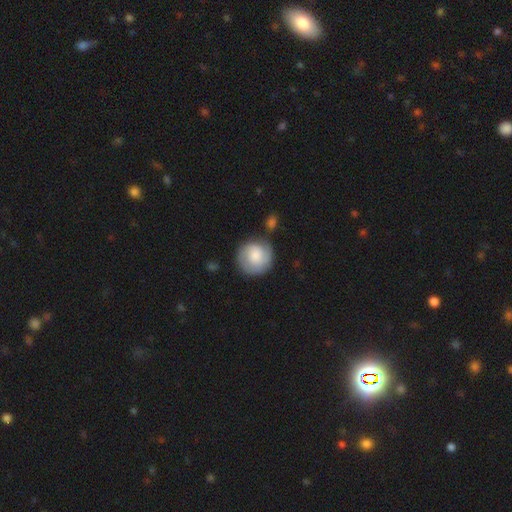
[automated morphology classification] smooth 53%, featured or disk 41%, star or artifact 6%. Down the decision tree: how rounded — round (91%); merging — none (71%).